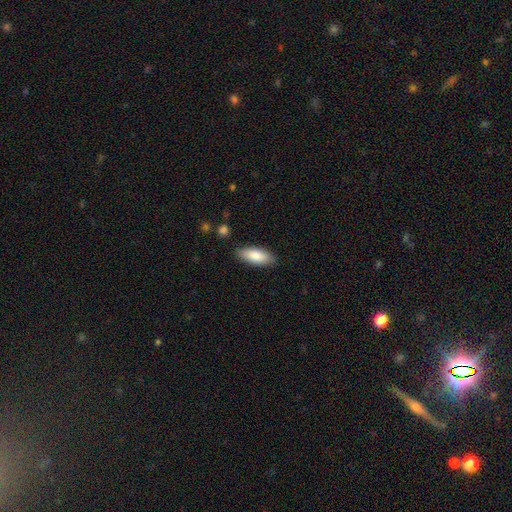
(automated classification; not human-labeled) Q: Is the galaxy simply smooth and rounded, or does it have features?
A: smooth — 83%.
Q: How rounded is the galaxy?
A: in between — 78%.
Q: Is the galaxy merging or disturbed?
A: none — 87%.